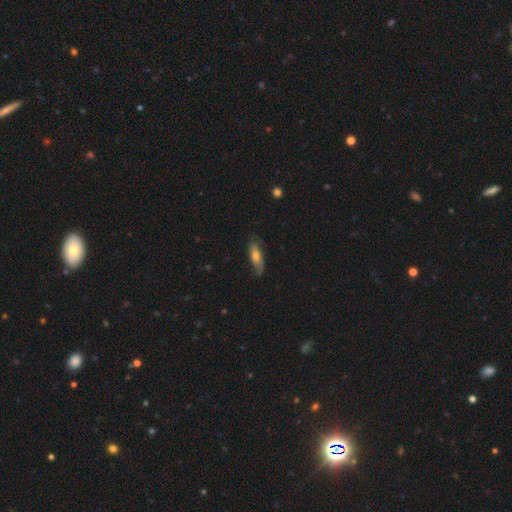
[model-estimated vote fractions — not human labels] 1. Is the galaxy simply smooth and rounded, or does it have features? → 57% smooth, 37% featured or disk, 7% star or artifact.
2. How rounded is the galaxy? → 50% in between, 48% cigar-shaped, 2% round.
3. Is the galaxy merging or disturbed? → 71% none, 22% minor disturbance, 5% major disturbance, 1% merger.